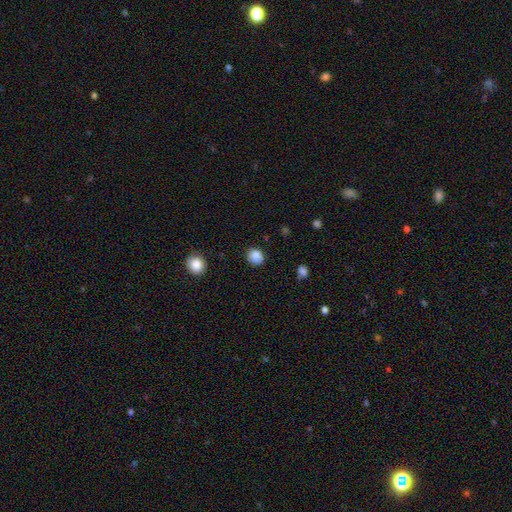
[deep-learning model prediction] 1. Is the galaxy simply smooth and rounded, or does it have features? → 86% smooth, 10% star or artifact, 4% featured or disk.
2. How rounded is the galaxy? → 77% round, 22% in between, 1% cigar-shaped.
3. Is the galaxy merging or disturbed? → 85% none, 11% minor disturbance, 3% major disturbance, 1% merger.